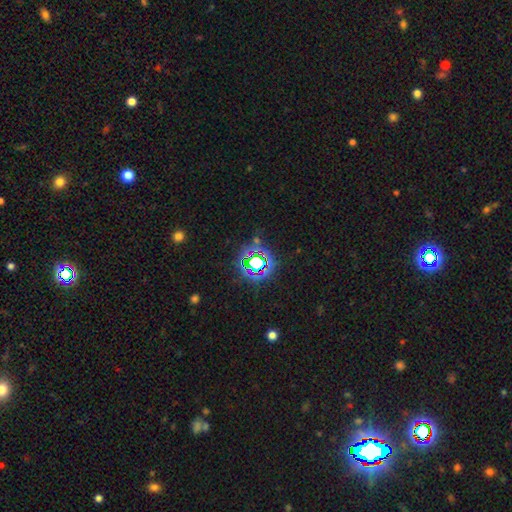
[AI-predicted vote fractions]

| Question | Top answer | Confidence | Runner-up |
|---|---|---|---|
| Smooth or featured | star or artifact | 76% | smooth (15%) |